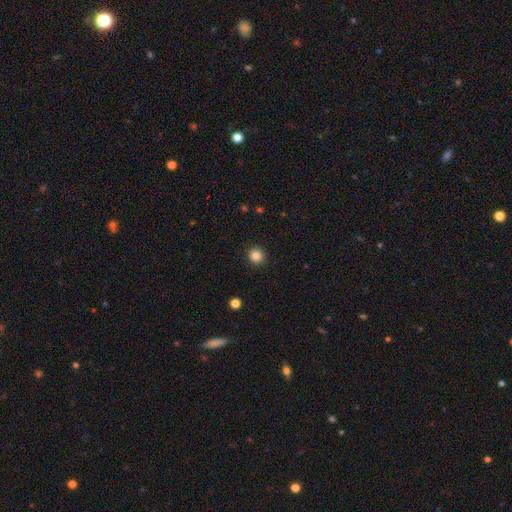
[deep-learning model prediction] A smooth galaxy with no disk features (86%) that is round (92%).

Vote fractions:
- Smooth or featured? smooth: 86% / star or artifact: 11% / featured or disk: 3%
- How rounded? round: 92% / in between: 7% / cigar-shaped: 1%
- Merging? none: 92% / minor disturbance: 5% / major disturbance: 2% / merger: 1%